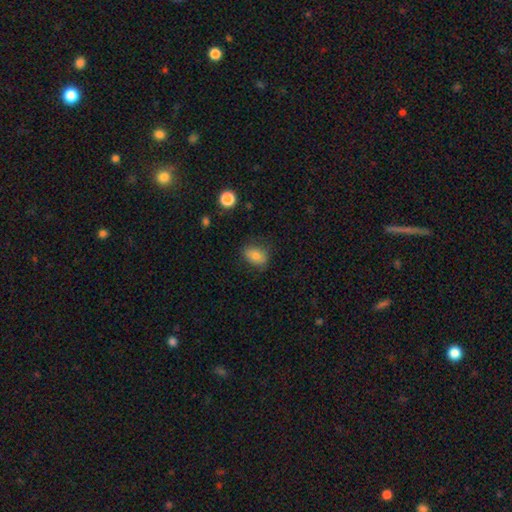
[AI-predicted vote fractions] Morphology: type=smooth (79%); roundness=in between (73%); merging=none (75%).